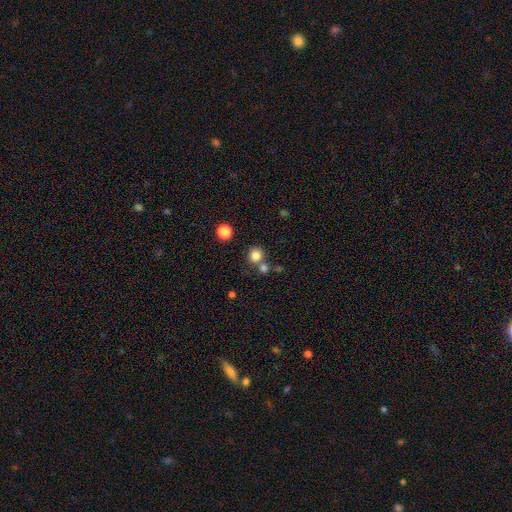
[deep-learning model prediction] Smooth or featured? smooth (82%)
How rounded? round (90%)
Merging? none (68%)